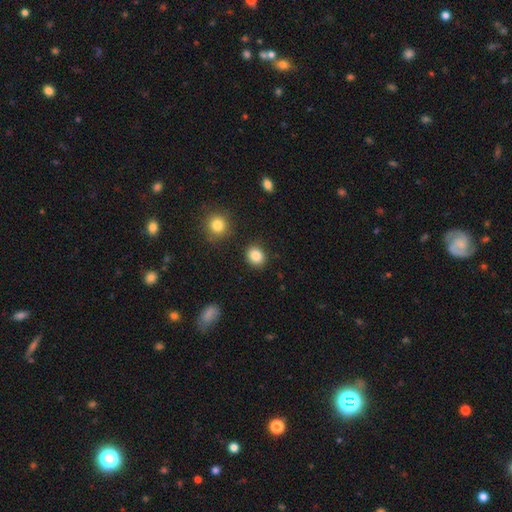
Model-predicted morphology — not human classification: Overall: smooth (87%). How rounded: round (69%; in between 30%). Merging: none (86%).